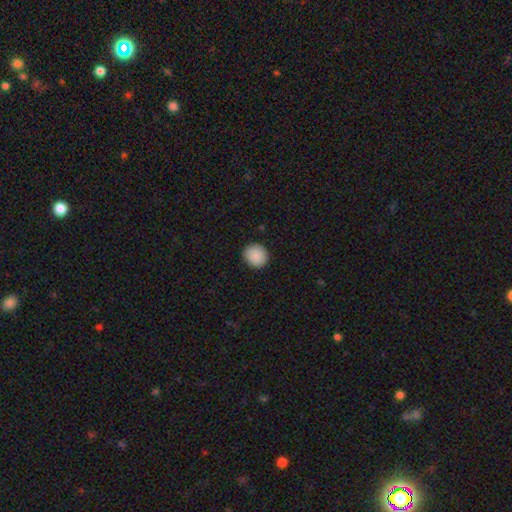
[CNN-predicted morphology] Overall: smooth (89%). How rounded: round (88%). Merging: none (90%).